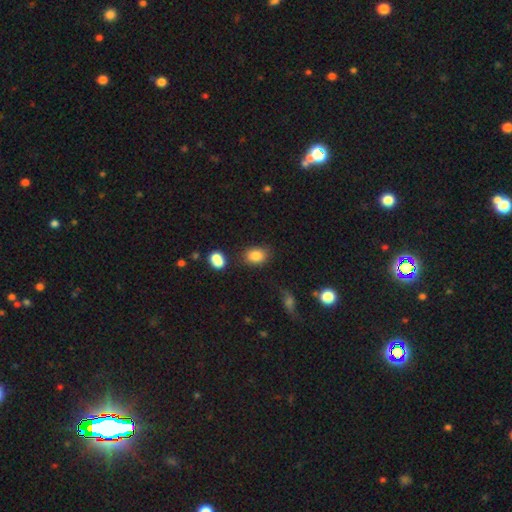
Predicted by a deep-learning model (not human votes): The model was most divided on "how rounded": in between: 62%, round: 36%, cigar-shaped: 1%. More confident: smooth or featured — smooth (84%); merging — none (80%).